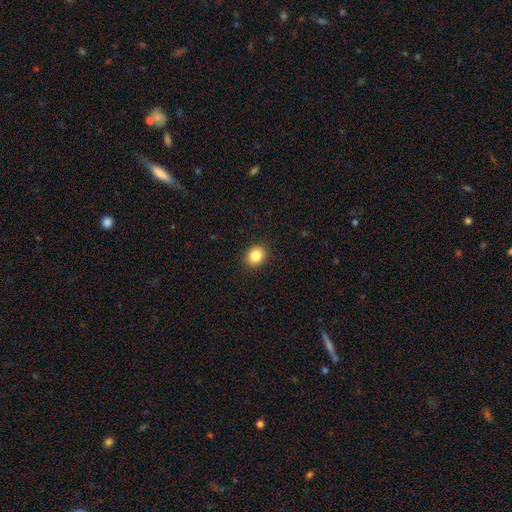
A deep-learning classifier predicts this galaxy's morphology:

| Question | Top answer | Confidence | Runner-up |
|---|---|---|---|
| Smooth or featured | smooth | 85% | star or artifact (10%) |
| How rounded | round | 63% | in between (37%) |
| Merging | none | 91% | minor disturbance (6%) |